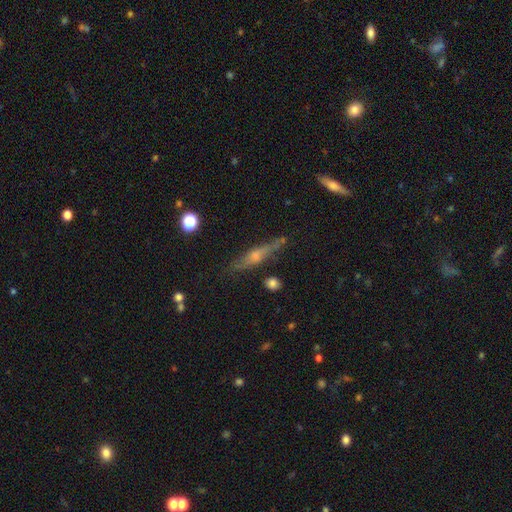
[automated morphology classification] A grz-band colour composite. It shows a featured or disk galaxy (66%) viewed edge-on (94%) with a rounded central bulge (79%). Merging: none (79%).